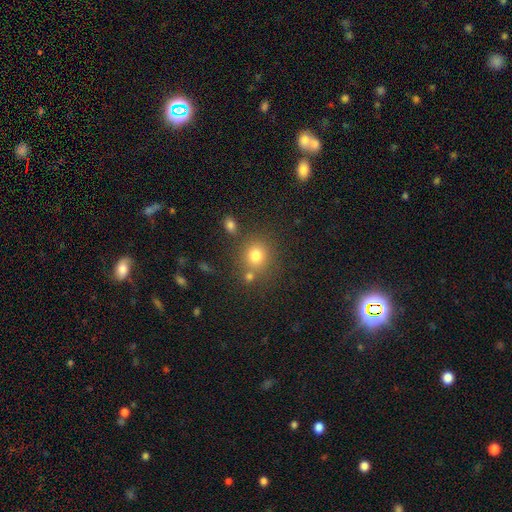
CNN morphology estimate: Smooth or featured? smooth (77%)
How rounded? round (83%)
Merging? none (71%)